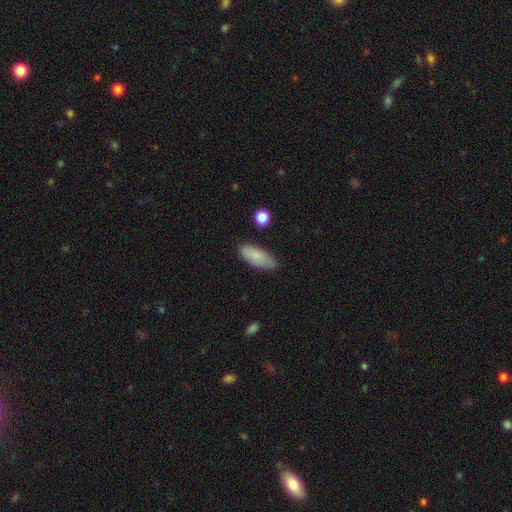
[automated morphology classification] This is clearly a smooth galaxy (82%). How rounded: likely in between (78%). Merging: likely none (74%).